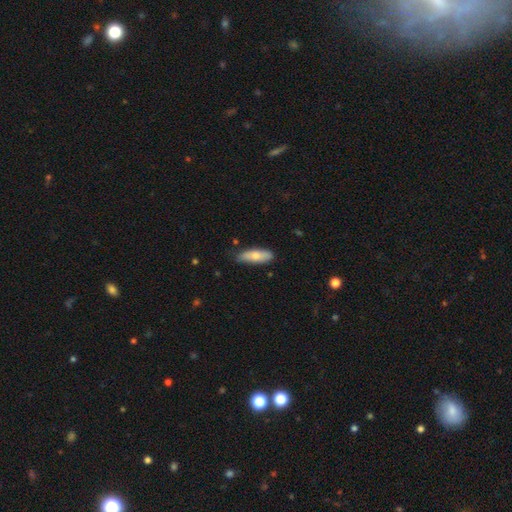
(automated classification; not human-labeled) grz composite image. It shows a smooth galaxy with no disk features (72%) that is in between round and cigar-shaped (59%). Merging: none (76%).